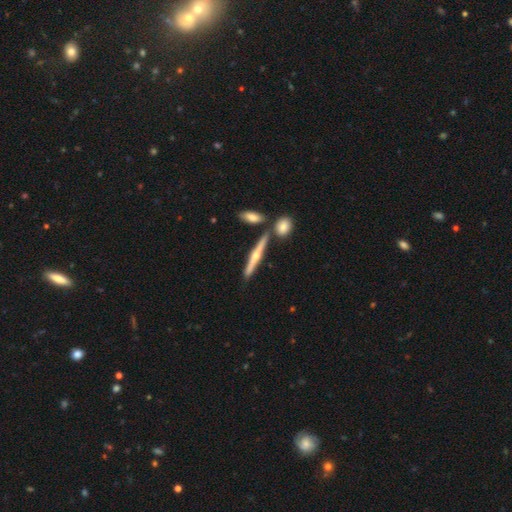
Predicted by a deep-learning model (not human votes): Smooth or featured? Predicted: featured or disk (p=0.70). Edge-on disk? Predicted: yes (p=0.97). Edge-on bulge? Predicted: rounded (p=0.90). Merging? Predicted: none (p=0.80).